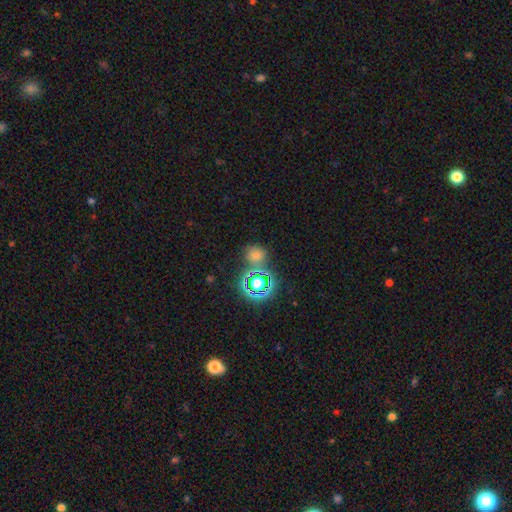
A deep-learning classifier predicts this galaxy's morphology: Smooth or featured: smooth — 59% (star or artifact — 34%)
How rounded: round — 76% (in between — 23%)
Merging: none — 68% (merger — 17%)